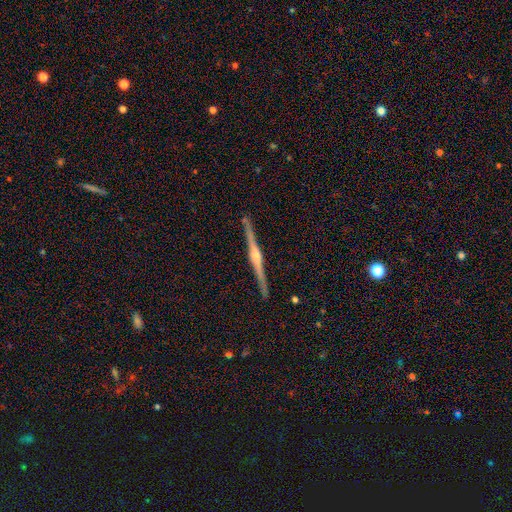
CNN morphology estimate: Smooth or featured? featured or disk (87%)
Edge-on disk? yes (99%)
Edge-on bulge? rounded (82%)
Merging? none (93%)